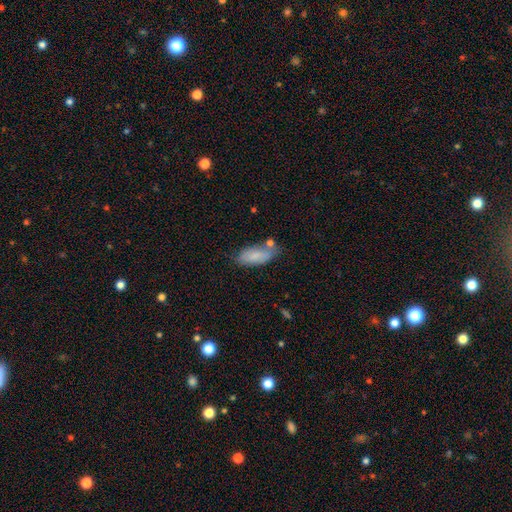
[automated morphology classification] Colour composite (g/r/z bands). It shows a smooth galaxy with no disk features (78%) that is in between round and cigar-shaped (83%). Merging: none (60%).